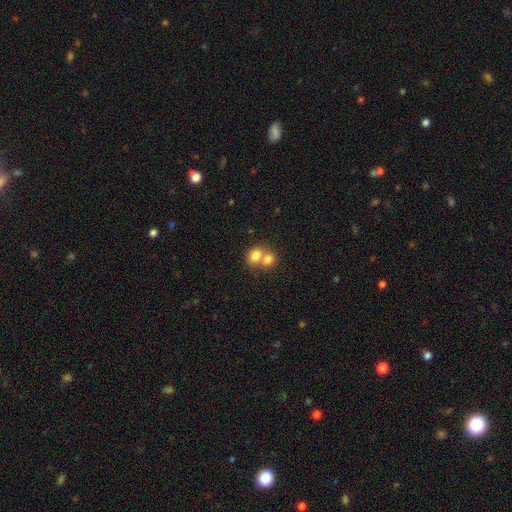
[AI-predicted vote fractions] smooth 78%, featured or disk 13%, star or artifact 10%. Down the decision tree: how rounded — round (58%); merging — merger (66%).